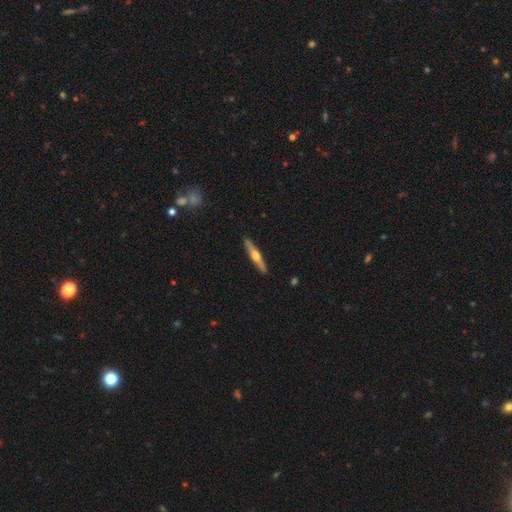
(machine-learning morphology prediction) Smooth or featured? featured or disk (64%)
Edge-on disk? yes (97%)
Edge-on bulge? rounded (91%)
Merging? none (91%)